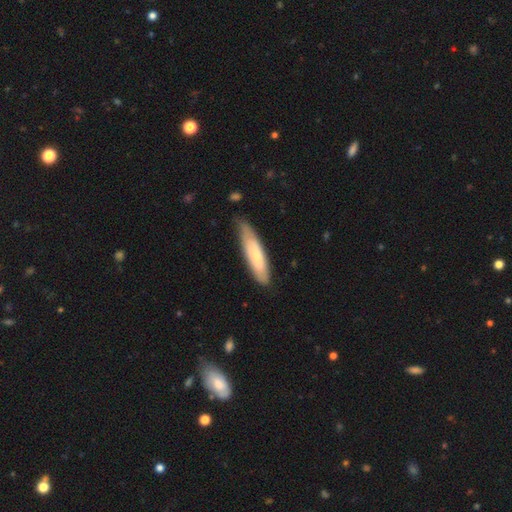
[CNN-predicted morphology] A smooth galaxy with no disk features (68%) that is cigar-shaped (76%). Merging: none (66%).